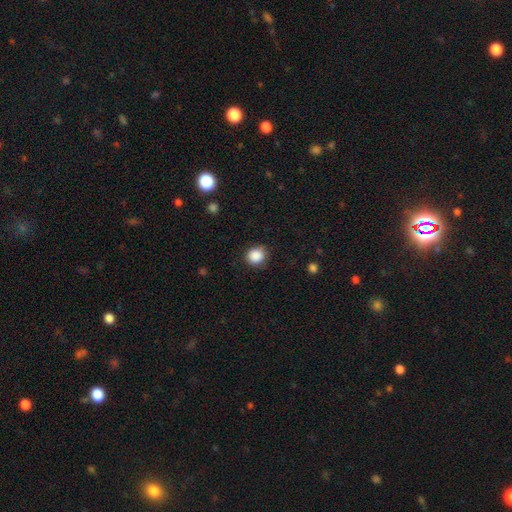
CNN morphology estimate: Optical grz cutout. It shows a smooth galaxy with no disk features (87%) that is round (86%). Merging: none (82%).